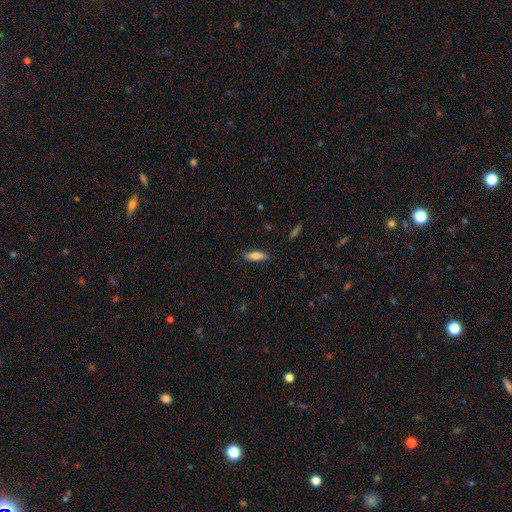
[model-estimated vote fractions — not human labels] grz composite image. It shows a smooth galaxy with no disk features (79%) that is in between round and cigar-shaped (56%). Merging: none (88%).